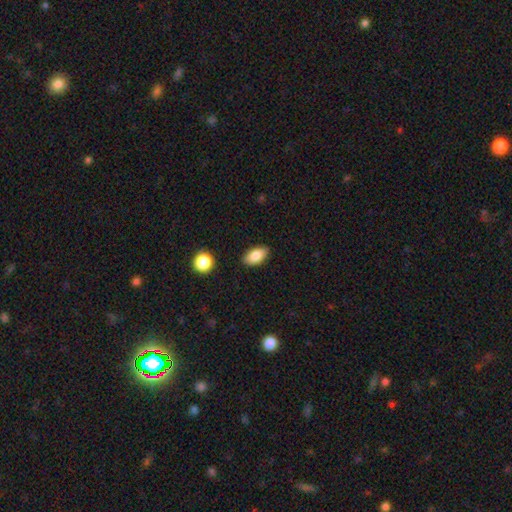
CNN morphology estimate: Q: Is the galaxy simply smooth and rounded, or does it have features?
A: smooth — 84%.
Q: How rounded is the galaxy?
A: in between — 91%.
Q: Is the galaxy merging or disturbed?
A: none — 86%.